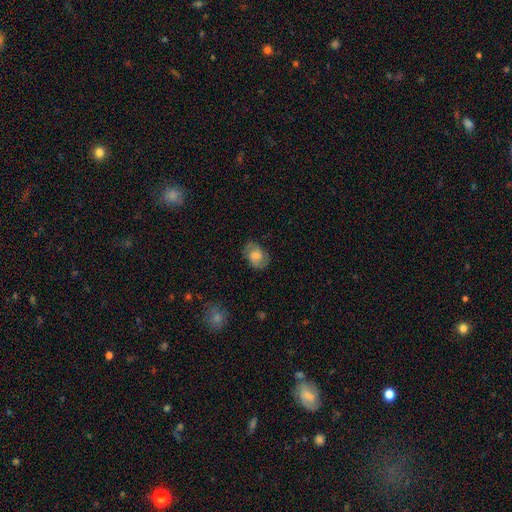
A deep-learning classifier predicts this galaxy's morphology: This appears to be a smooth galaxy with no disk features (55%) that is in between round and cigar-shaped (69%). Merging: none (75%).